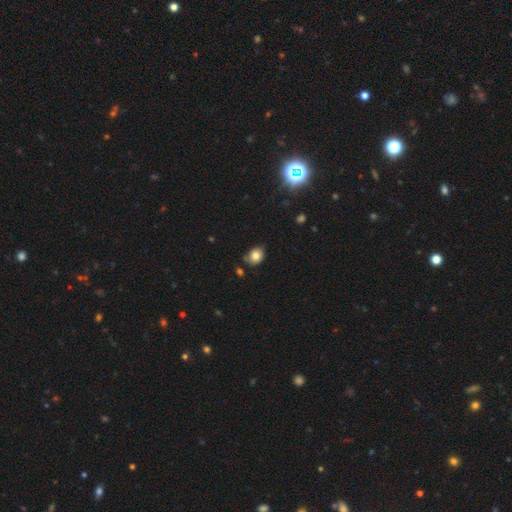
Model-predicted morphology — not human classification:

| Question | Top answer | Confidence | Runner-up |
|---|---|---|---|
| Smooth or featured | smooth | 79% | featured or disk (11%) |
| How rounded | in between | 55% | round (44%) |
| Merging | none | 69% | minor disturbance (22%) |